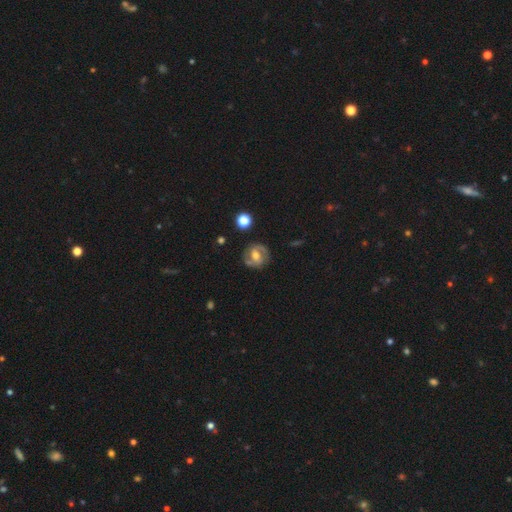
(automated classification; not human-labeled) A featured or disk galaxy (64%) with a weak bar (44%), spiral arms (75%) and a moderate central bulge (70%).

Vote fractions:
- Smooth or featured? featured or disk: 64% / smooth: 28% / star or artifact: 7%
- Edge-on disk? no: 96% / yes: 4%
- Bar? weak: 44% / no: 30% / strong: 26%
- Spiral arms? yes: 75% / no: 25%
- Bulge size? moderate: 70% / small: 19% / large: 9% / none: 2% / dominant: 1%
- Merging? none: 79% / minor disturbance: 13% / major disturbance: 5% / merger: 3%